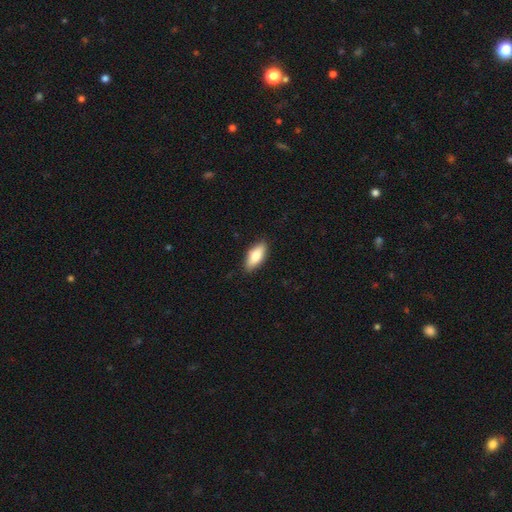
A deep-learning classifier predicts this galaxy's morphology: Smooth or featured?
  - smooth: 78% *
  - featured or disk: 16%
  - star or artifact: 6%
How rounded?
  - in between: 79% *
  - cigar-shaped: 19%
  - round: 2%
Merging?
  - none: 87% *
  - minor disturbance: 10%
  - major disturbance: 2%
  - merger: 1%